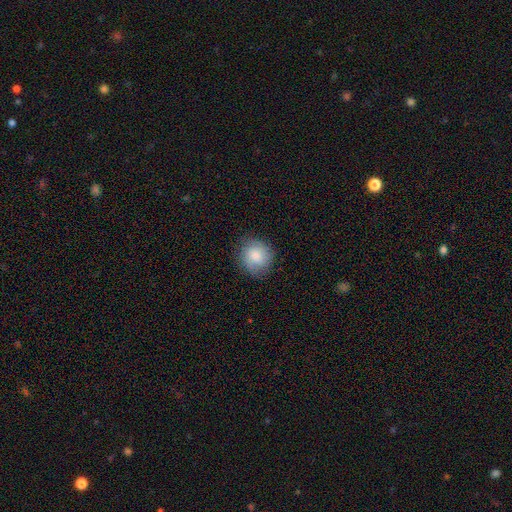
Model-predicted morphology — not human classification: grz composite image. It shows a smooth galaxy with no disk features (81%) that is round (85%). Merging: none (81%).